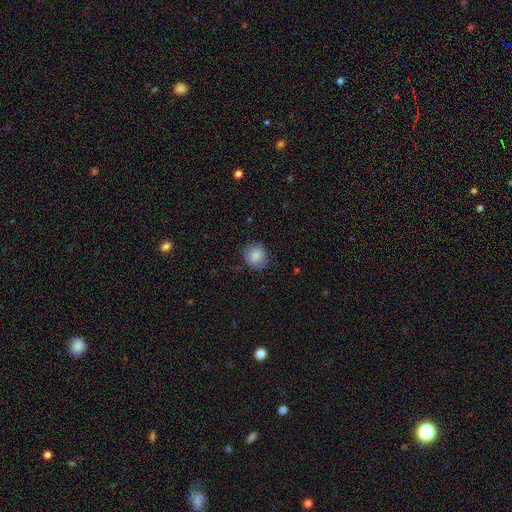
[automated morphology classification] Smooth or featured?
  - smooth: 84% *
  - star or artifact: 8%
  - featured or disk: 7%
How rounded?
  - round: 78% *
  - in between: 21%
  - cigar-shaped: 1%
Merging?
  - none: 77% *
  - minor disturbance: 17%
  - major disturbance: 5%
  - merger: 1%